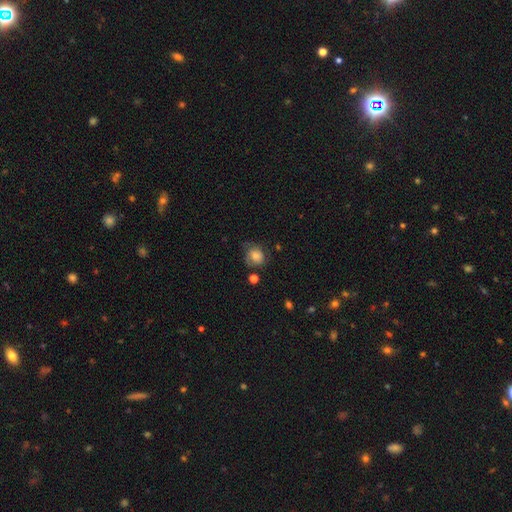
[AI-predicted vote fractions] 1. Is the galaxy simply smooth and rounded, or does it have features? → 56% smooth, 33% featured or disk, 10% star or artifact.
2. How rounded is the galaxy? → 72% round, 27% in between, 1% cigar-shaped.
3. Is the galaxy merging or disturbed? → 56% none, 26% minor disturbance, 14% major disturbance, 3% merger.